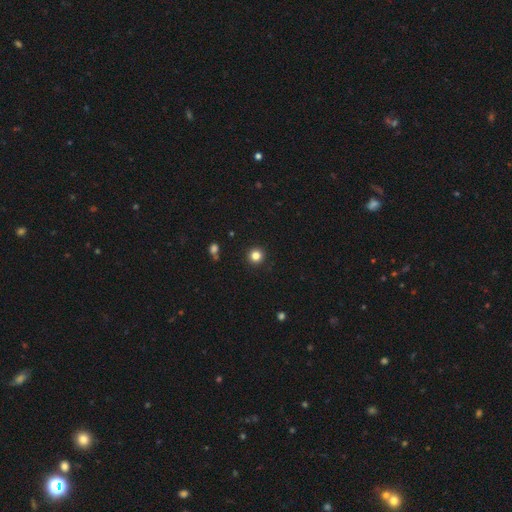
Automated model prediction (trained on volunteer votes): smooth-or-featured: smooth: 82% | star or artifact: 13% | featured or disk: 5%
  how-rounded: round: 95% | in between: 4% | cigar-shaped: 1%
  merging: none: 93% | minor disturbance: 4% | major disturbance: 2% | merger: 1%